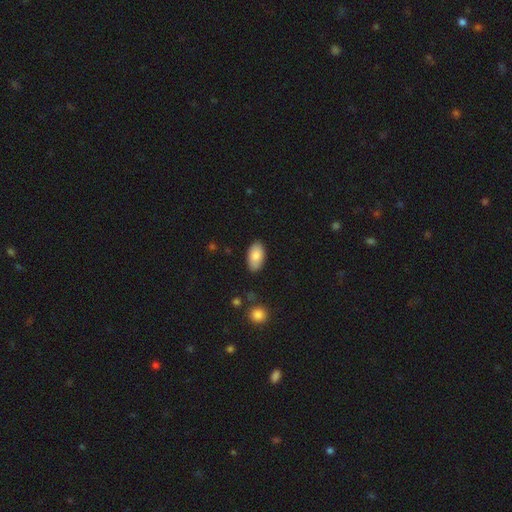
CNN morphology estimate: Smooth or featured? smooth (83%)
How rounded? in between (95%)
Merging? none (85%)